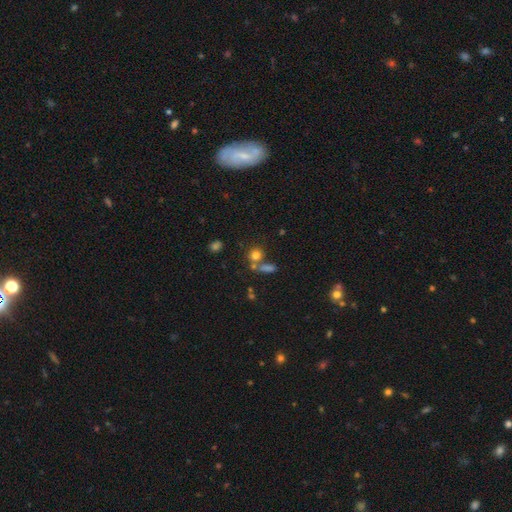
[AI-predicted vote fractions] smooth_or_featured: smooth (p=0.76) [alt: star or artifact p=0.15]
how_rounded: round (p=0.75) [alt: in between p=0.22]
merging: none (p=0.55) [alt: merger p=0.30]